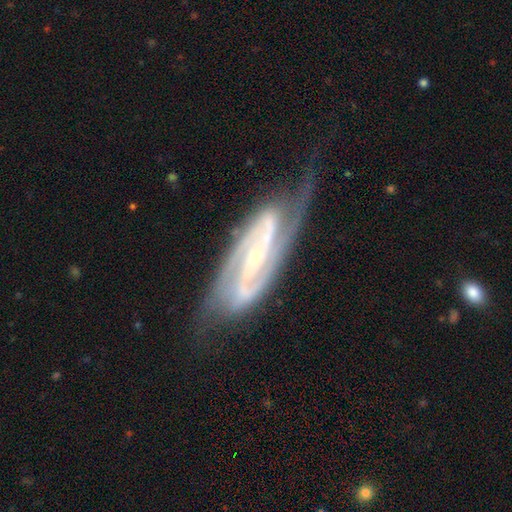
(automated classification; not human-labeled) smooth_or_featured: featured or disk (p=0.91) [alt: star or artifact p=0.05]
disk_edge_on: no (p=0.93) [alt: yes p=0.07]
bar: strong (p=0.51) [alt: weak p=0.30]
has_spiral_arms: yes (p=0.98) [alt: no p=0.02]
spiral_winding: medium (p=0.46) [alt: tight p=0.43]
spiral_arm_count: 2 (p=0.86) [alt: 3 p=0.05]
bulge_size: small (p=0.72) [alt: moderate p=0.20]
merging: none (p=0.69) [alt: minor disturbance p=0.21]